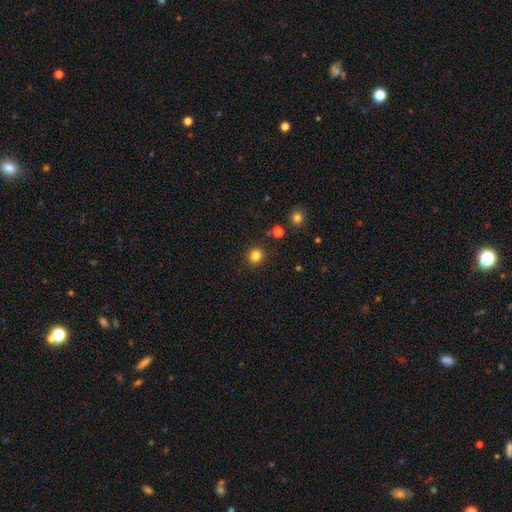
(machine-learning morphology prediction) type=smooth (83%); roundness=round (91%); merging=none (90%).